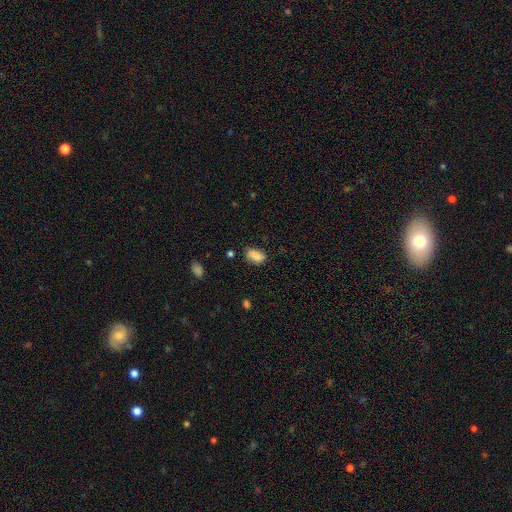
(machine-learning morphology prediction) A smooth galaxy with no disk features (84%) that is in between round and cigar-shaped (89%).

Vote fractions:
- Smooth or featured? smooth: 84% / star or artifact: 8% / featured or disk: 7%
- How rounded? in between: 89% / round: 7% / cigar-shaped: 4%
- Merging? none: 70% / minor disturbance: 23% / major disturbance: 5% / merger: 2%